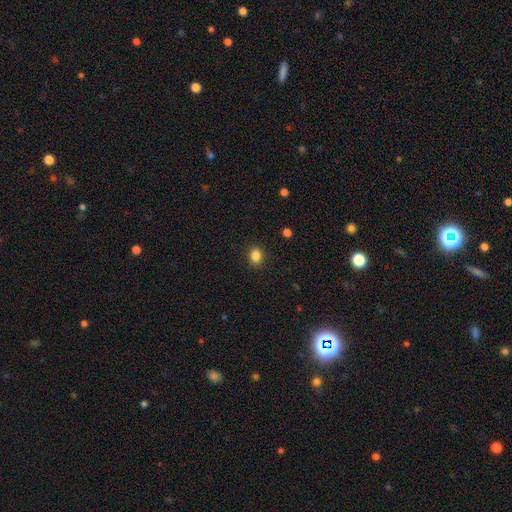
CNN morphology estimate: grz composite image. It shows a smooth galaxy with no disk features (85%) that is round (55%). Merging: none (90%).